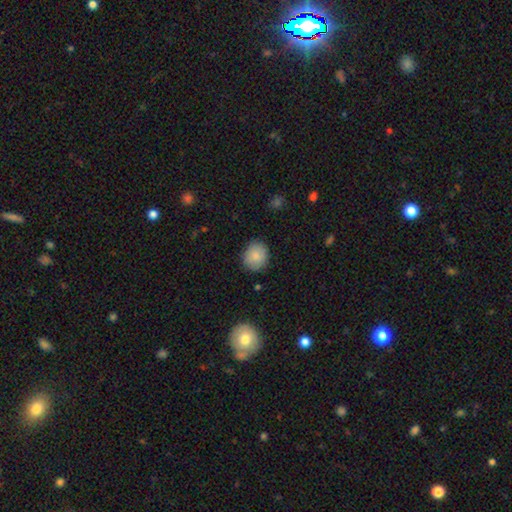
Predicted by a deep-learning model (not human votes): Smooth or featured: smooth — 86% (star or artifact — 8%)
How rounded: round — 75% (in between — 24%)
Merging: none — 85% (minor disturbance — 11%)